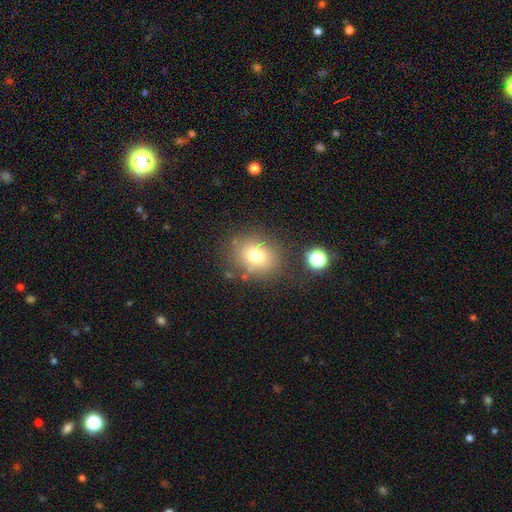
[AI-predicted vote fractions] A smooth galaxy with no disk features (74%) that is round (57%). Merging: none (76%).